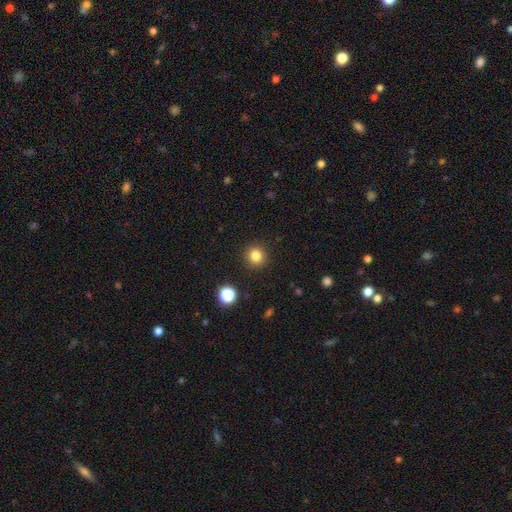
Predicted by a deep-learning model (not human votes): This appears to be a smooth galaxy with no disk features (82%) that is round (92%). Merging: none (91%).